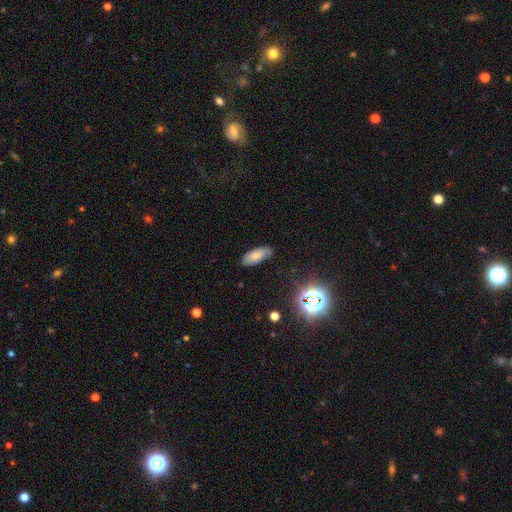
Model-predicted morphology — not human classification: Q: Smooth or featured?
A: smooth (72%); runner-up: featured or disk (17%)
Q: How rounded?
A: in between (80%); runner-up: cigar-shaped (17%)
Q: Merging?
A: none (80%); runner-up: minor disturbance (16%)